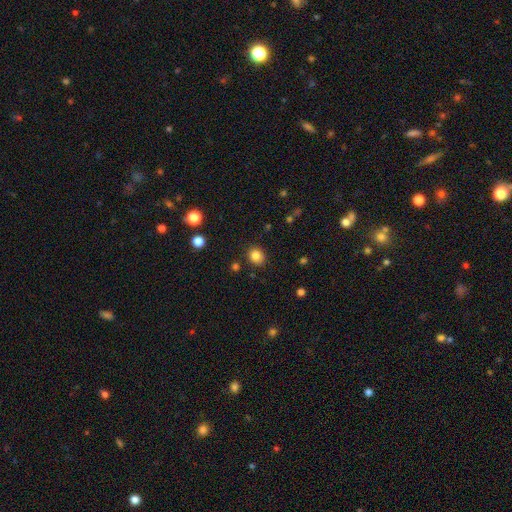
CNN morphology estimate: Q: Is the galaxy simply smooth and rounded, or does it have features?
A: smooth — 82%.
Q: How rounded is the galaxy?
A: round — 74%.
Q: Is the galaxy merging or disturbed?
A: none — 86%.